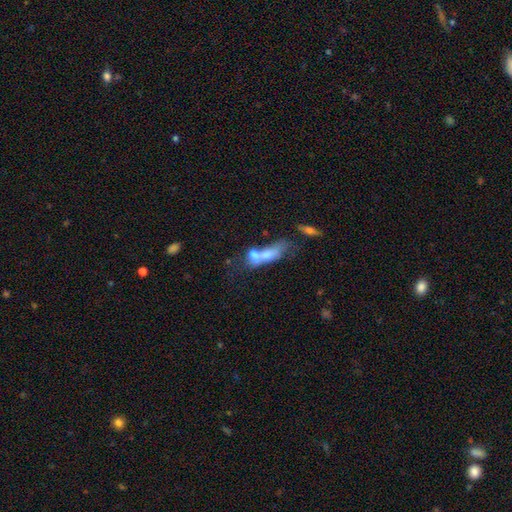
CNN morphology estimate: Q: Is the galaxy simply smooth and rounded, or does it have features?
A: smooth — 59%.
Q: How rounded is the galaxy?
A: in between — 64%.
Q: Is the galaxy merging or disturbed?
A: merger — 67%.